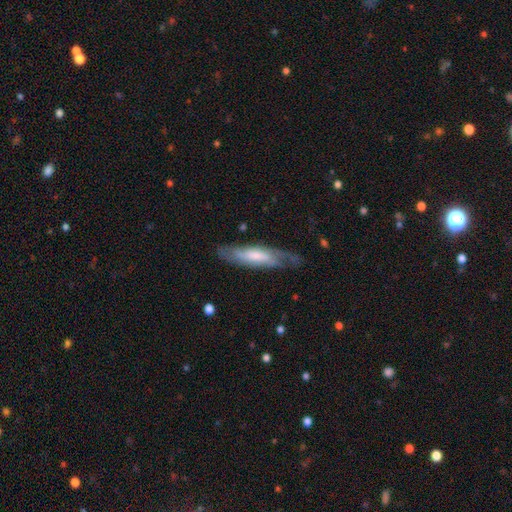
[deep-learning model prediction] Morphology: type=featured or disk (56%); edge-on=no (62%); merging=none (65%).